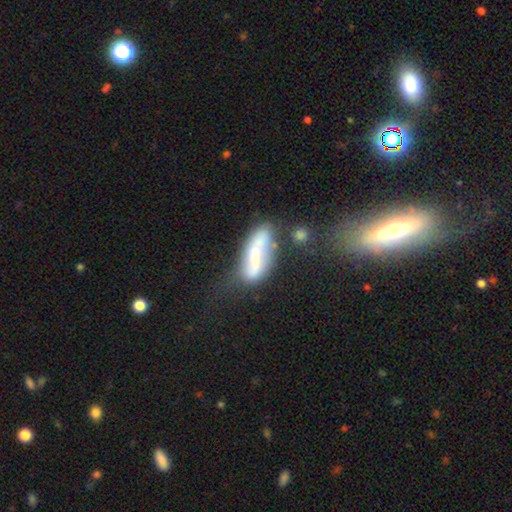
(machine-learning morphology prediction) Smooth or featured? Predicted: featured or disk (p=0.51). Edge-on disk? Predicted: no (p=0.79). Merging? Predicted: none (p=0.35).